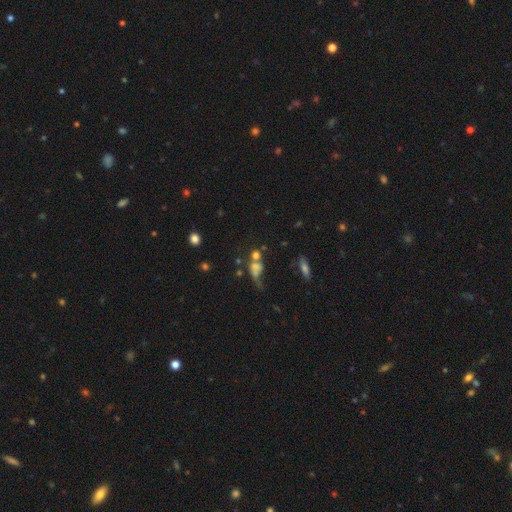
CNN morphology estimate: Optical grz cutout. It shows a smooth galaxy with no disk features (38%). Merging: none (52%).